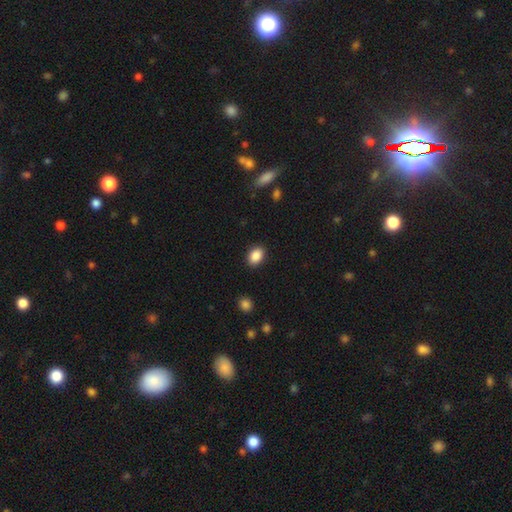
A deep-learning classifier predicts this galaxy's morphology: smooth 89%, star or artifact 8%, featured or disk 3%. Down the decision tree: how rounded — in between (77%); merging — none (89%).